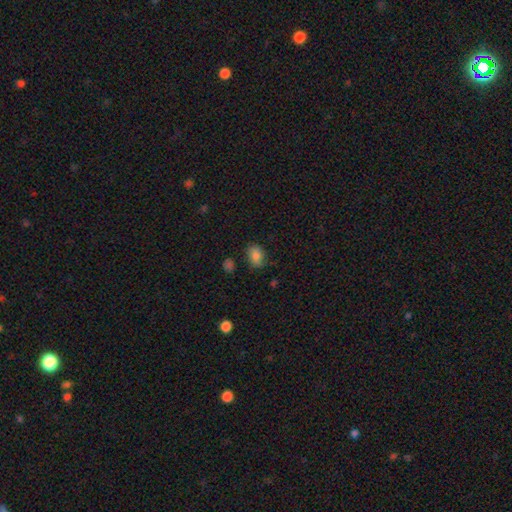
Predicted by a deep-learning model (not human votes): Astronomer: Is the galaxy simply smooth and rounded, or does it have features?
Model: smooth — 84%.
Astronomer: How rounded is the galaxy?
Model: in between — 75%.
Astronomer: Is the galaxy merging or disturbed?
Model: none — 69%.